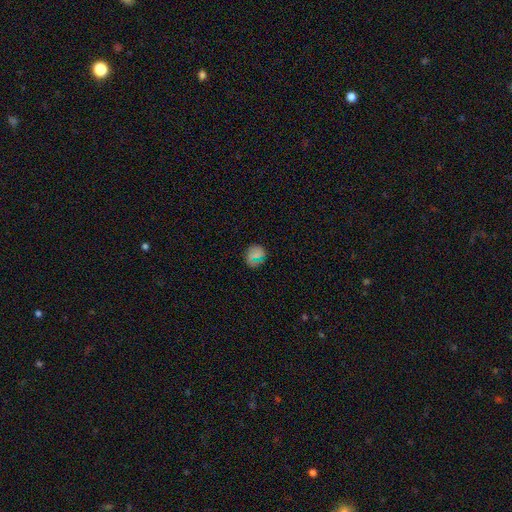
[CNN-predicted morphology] Overall: smooth (65%). How rounded: round (81%). Merging: none (79%).